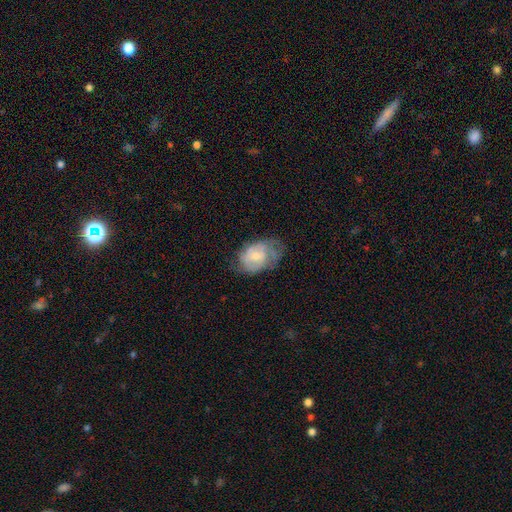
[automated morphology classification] Smooth or featured: featured or disk — 59% (smooth — 35%)
Edge-on disk: no — 97% (yes — 3%)
Bar: no — 62% (weak — 33%)
Spiral arms: yes — 79% (no — 21%)
Bulge size: small — 50% (moderate — 42%)
Merging: none — 49% (minor disturbance — 31%)